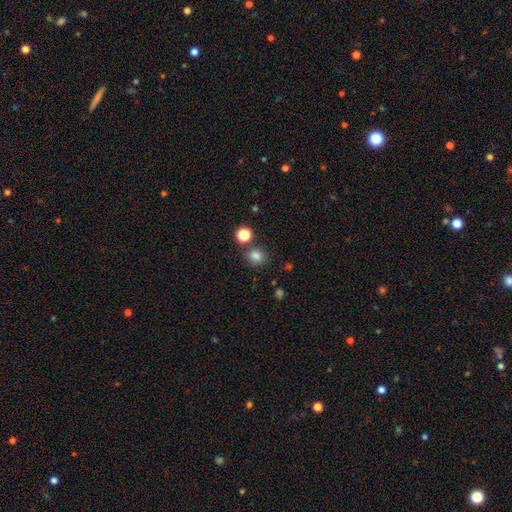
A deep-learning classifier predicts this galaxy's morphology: smooth_or_featured: smooth (p=0.82) [alt: star or artifact p=0.14]
how_rounded: round (p=0.84) [alt: in between p=0.15]
merging: none (p=0.77) [alt: merger p=0.11]